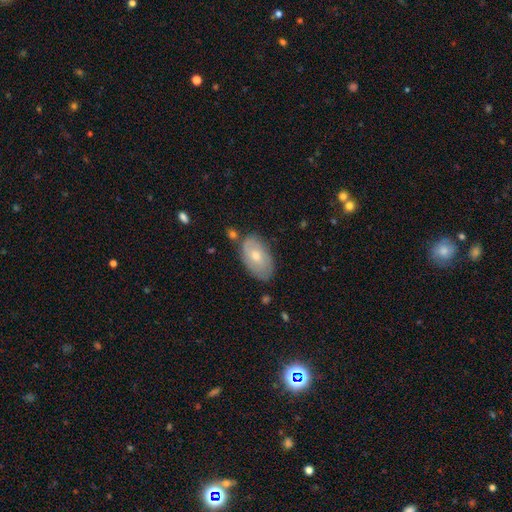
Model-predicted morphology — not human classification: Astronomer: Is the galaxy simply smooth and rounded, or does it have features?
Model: smooth — 56% (runner-up: featured or disk, 38%).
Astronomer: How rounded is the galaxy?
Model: in between — 93%.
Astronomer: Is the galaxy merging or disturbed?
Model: none — 69%.